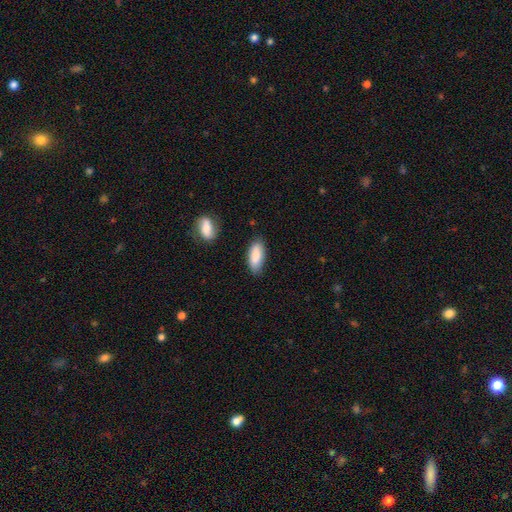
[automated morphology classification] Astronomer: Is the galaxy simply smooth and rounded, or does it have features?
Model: smooth — 87%.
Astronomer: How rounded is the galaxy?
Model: in between — 80%.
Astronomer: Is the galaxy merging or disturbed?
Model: none — 80%.